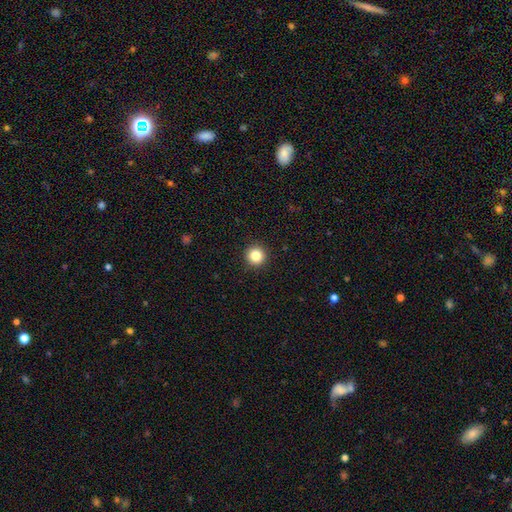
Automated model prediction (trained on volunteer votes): Morphology: type=smooth (84%); roundness=round (96%); merging=none (93%).